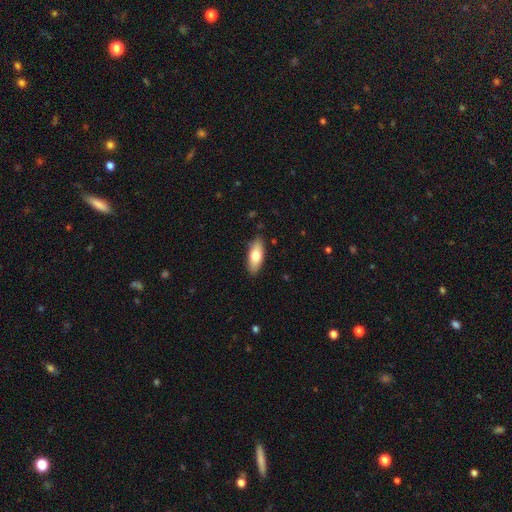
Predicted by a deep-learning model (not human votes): Smooth or featured?
  - smooth: 73% *
  - featured or disk: 21%
  - star or artifact: 6%
How rounded?
  - in between: 77% *
  - cigar-shaped: 21%
  - round: 2%
Merging?
  - none: 87% *
  - minor disturbance: 10%
  - major disturbance: 2%
  - merger: 1%